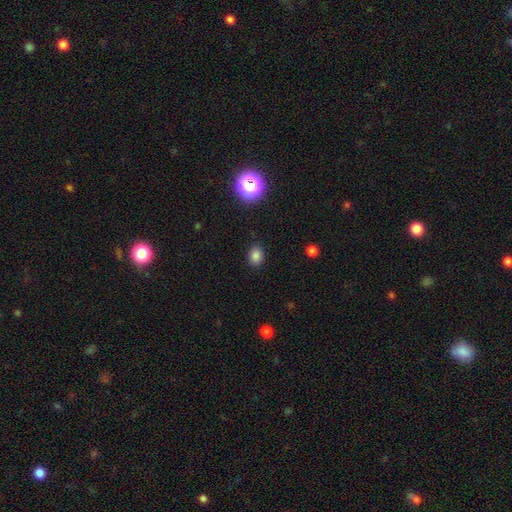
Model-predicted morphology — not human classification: smooth 81%, star or artifact 14%, featured or disk 5%. Down the decision tree: how rounded — in between (55%); merging — none (87%).